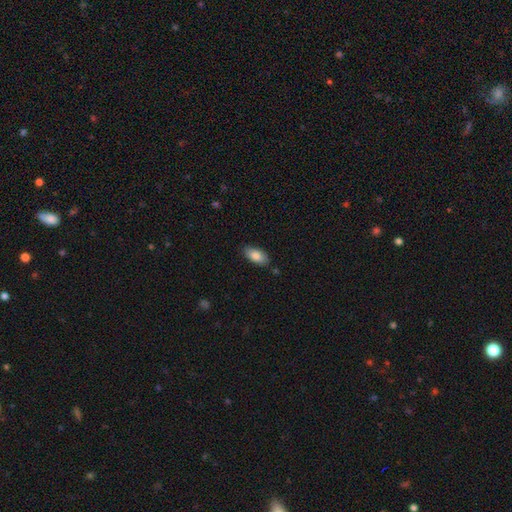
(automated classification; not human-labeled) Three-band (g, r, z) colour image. It shows a smooth galaxy with no disk features (84%) that is in between round and cigar-shaped (92%). Merging: none (84%).